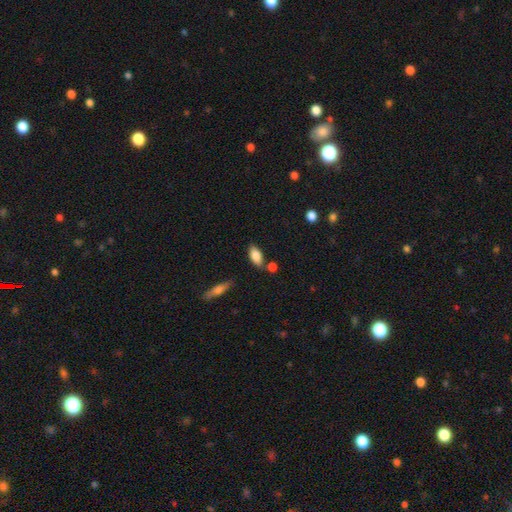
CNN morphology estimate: Overall: smooth (84%). How rounded: in between (88%). Merging: none (73%).